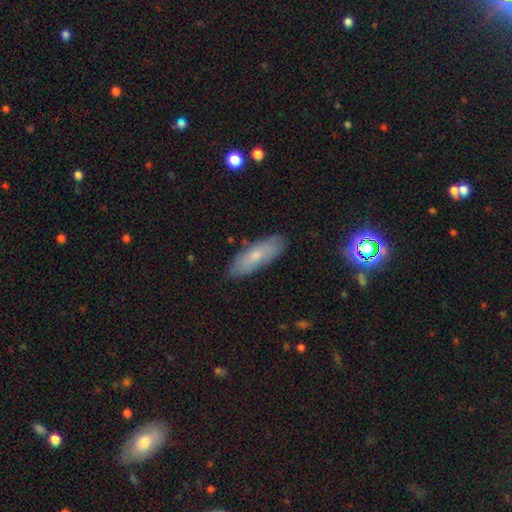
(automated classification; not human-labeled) smooth-or-featured: smooth: 63% | featured or disk: 28% | star or artifact: 9%
  how-rounded: in between: 59% | cigar-shaped: 39% | round: 3%
  merging: none: 83% | minor disturbance: 13% | major disturbance: 3% | merger: 1%